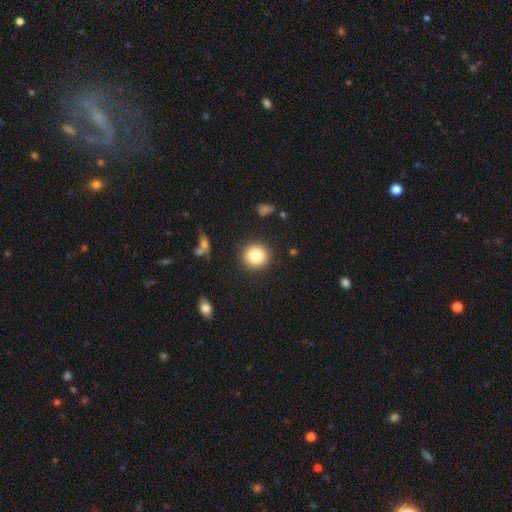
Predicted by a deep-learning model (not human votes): This is clearly a smooth galaxy (82%). How rounded: clearly round (92%). Merging: clearly none (90%).